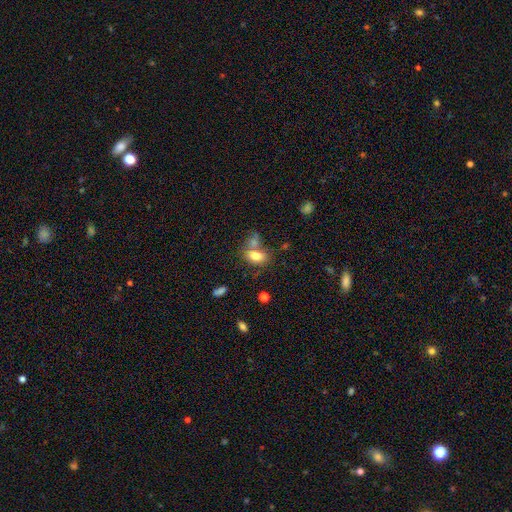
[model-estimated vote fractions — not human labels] Q: Smooth or featured?
A: smooth (77%); runner-up: featured or disk (13%)
Q: How rounded?
A: in between (84%); runner-up: round (14%)
Q: Merging?
A: none (45%); runner-up: merger (35%)